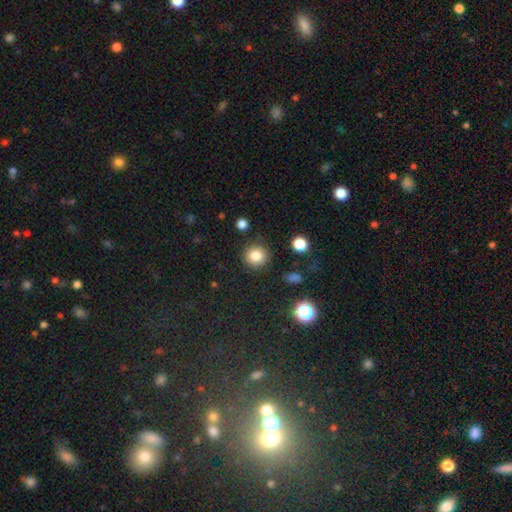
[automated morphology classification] This appears to be a smooth galaxy with no disk features (84%) that is round (93%). Merging: none (88%).